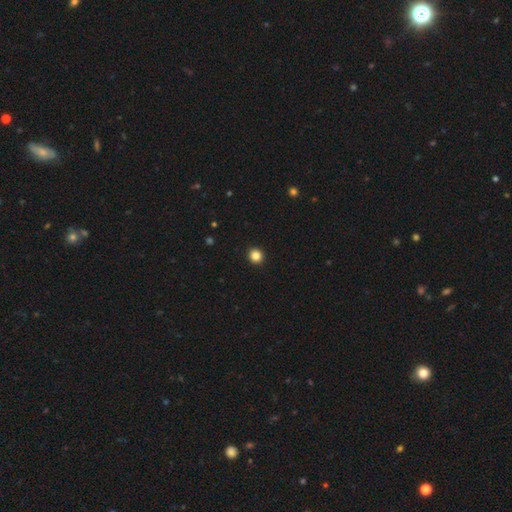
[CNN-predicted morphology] smooth_or_featured: smooth (p=0.85) [alt: star or artifact p=0.11]
how_rounded: round (p=0.91) [alt: in between p=0.08]
merging: none (p=0.94) [alt: minor disturbance p=0.04]